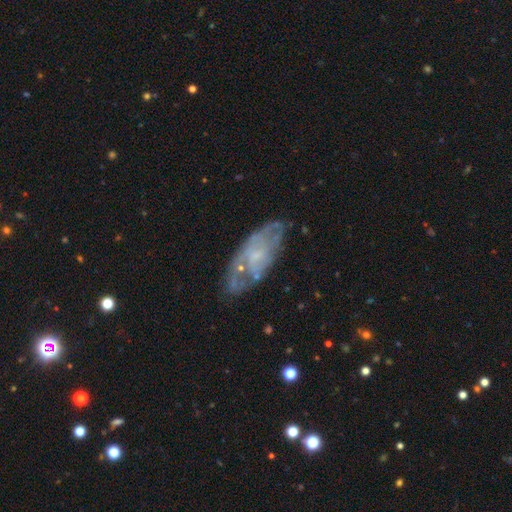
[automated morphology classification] The model was most divided on "spiral arms" (2-way tie): yes: 50%, no: 50%. Remaining: edge-on disk — no (87%); bar — no (73%); merging — none (66%); smooth or featured — featured or disk (65%); bulge size — small (50%).